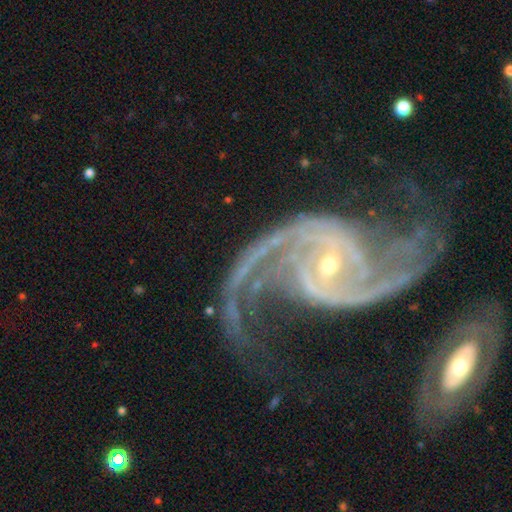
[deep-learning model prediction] Smooth or featured?
  - featured or disk: 86% *
  - star or artifact: 8%
  - smooth: 6%
Edge-on disk?
  - no: 96% *
  - yes: 4%
Bar?
  - no: 34% * (tied)
  - strong: 34% * (tied)
  - weak: 32%
Spiral arms?
  - yes: 94% *
  - no: 6%
Spiral winding?
  - medium: 40% *
  - tight: 33%
  - loose: 27%
Spiral arm count?
  - 2: 56% *
  - can't tell: 12%
  - 3: 11%
  - 1: 8%
  - 4: 7%
  - more than 4: 7%
Bulge size?
  - small: 67% *
  - moderate: 27%
  - large: 2%
  - none: 2%
  - dominant: 1%
Merging?
  - none: 46% *
  - major disturbance: 29%
  - minor disturbance: 17%
  - merger: 7%